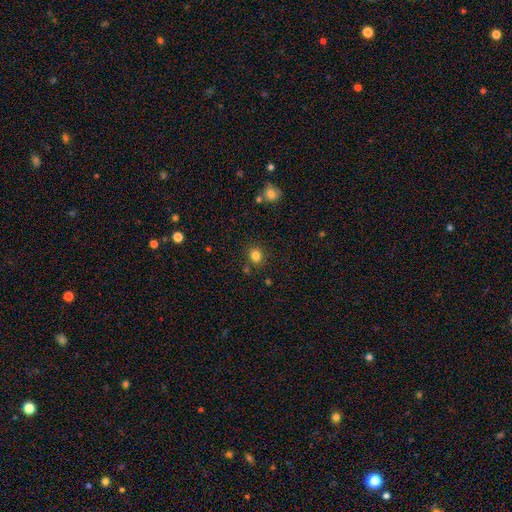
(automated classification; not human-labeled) smooth_or_featured: smooth (p=0.82) [alt: star or artifact p=0.12]
how_rounded: round (p=0.80) [alt: in between p=0.20]
merging: none (p=0.83) [alt: minor disturbance p=0.09]